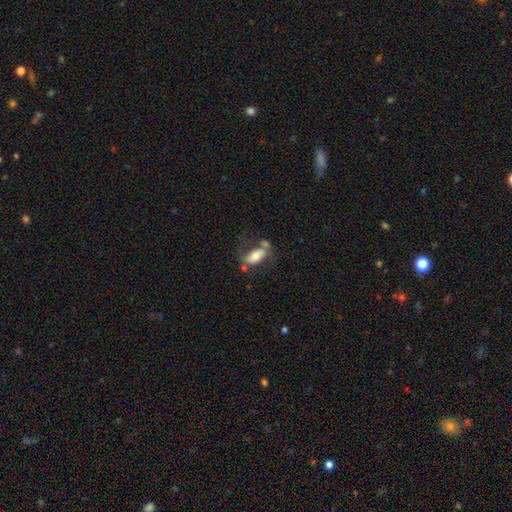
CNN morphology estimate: Smooth or featured: smooth — 60% (featured or disk — 33%)
How rounded: in between — 86% (cigar-shaped — 9%)
Merging: none — 40% (merger — 24%)